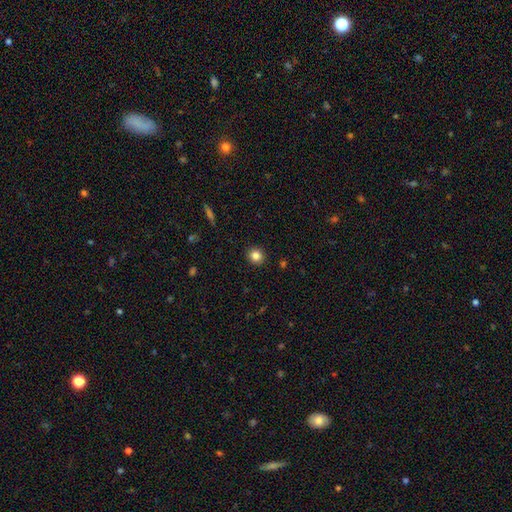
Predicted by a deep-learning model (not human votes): A smooth galaxy with no disk features (83%) that is round (90%). Merging: none (92%).